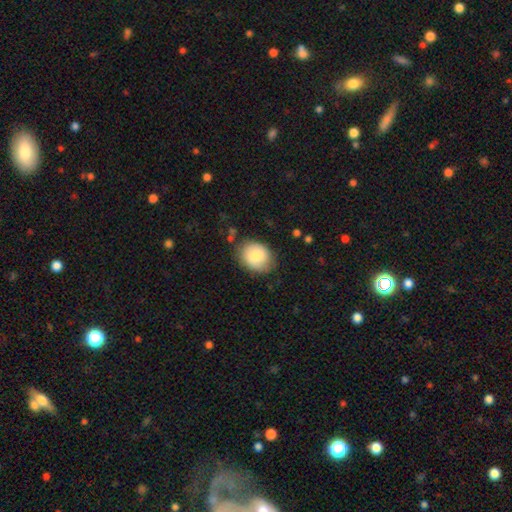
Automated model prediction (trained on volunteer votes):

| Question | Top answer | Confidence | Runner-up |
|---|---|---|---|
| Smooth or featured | smooth | 82% | featured or disk (11%) |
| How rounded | round | 50% | in between (49%) |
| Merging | none | 79% | minor disturbance (16%) |